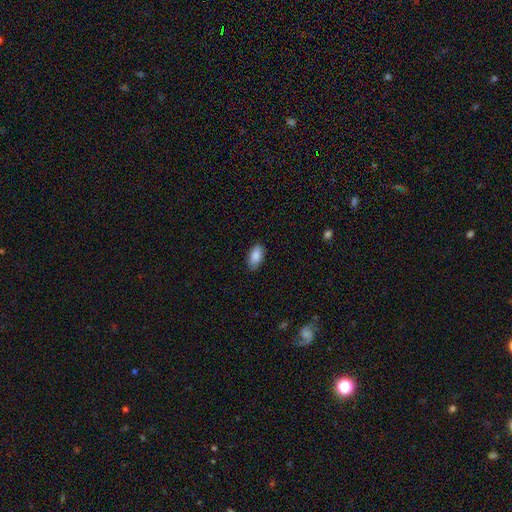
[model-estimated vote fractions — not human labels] Smooth or featured? smooth (88%)
How rounded? in between (93%)
Merging? none (83%)